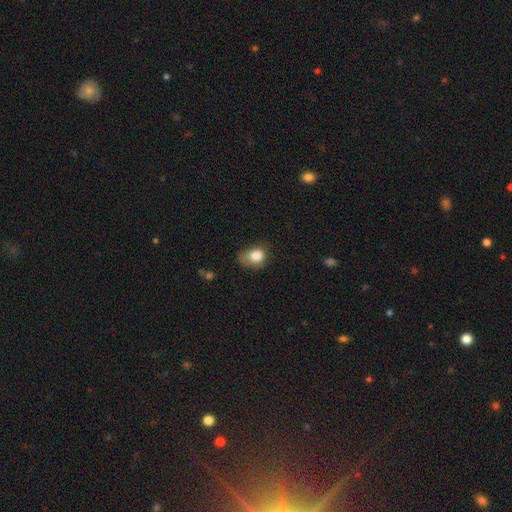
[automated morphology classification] This appears to be a smooth galaxy with no disk features (81%) that is round (50%). Merging: minor disturbance (40%).